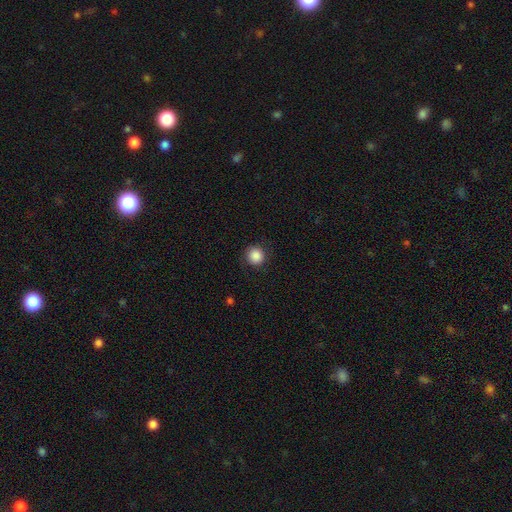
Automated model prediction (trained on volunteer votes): smooth-or-featured: smooth: 87% | star or artifact: 9% | featured or disk: 4%
  how-rounded: round: 93% | in between: 6% | cigar-shaped: 1%
  merging: none: 87% | minor disturbance: 9% | major disturbance: 3% | merger: 1%